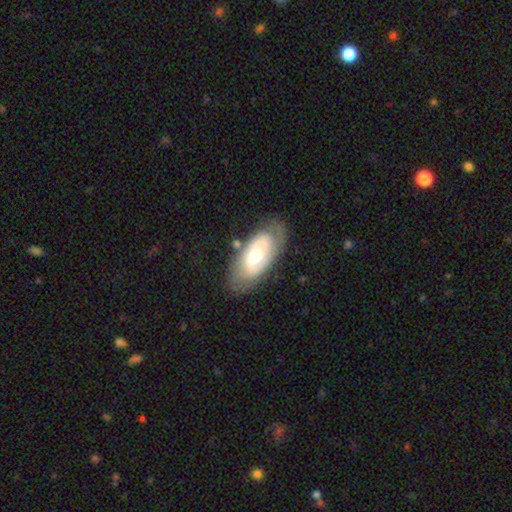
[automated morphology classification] Smooth or featured? Predicted: featured or disk (p=0.63). Edge-on disk? Predicted: no (p=0.90). Bar? Predicted: no (p=0.49). Spiral arms? Predicted: yes (p=0.59). Bulge size? Predicted: moderate (p=0.69). Merging? Predicted: none (p=0.75).